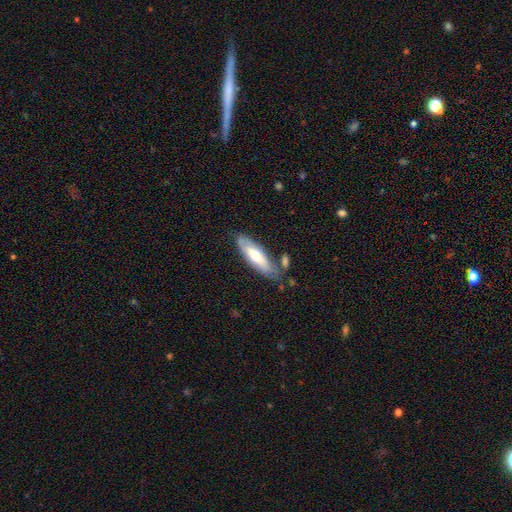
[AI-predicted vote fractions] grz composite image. It shows a smooth galaxy with no disk features (55%) that is in between round and cigar-shaped (49%, tied with cigar-shaped). Merging: none (70%).